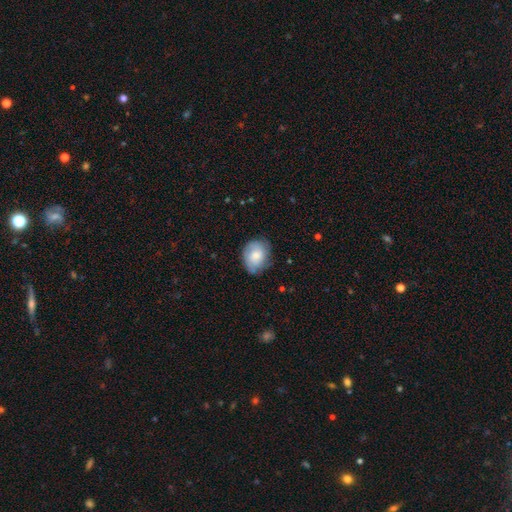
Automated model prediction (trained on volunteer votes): Smooth or featured? Predicted: smooth (p=0.66). How rounded? Predicted: in between (p=0.52). Merging? Predicted: none (p=0.66).